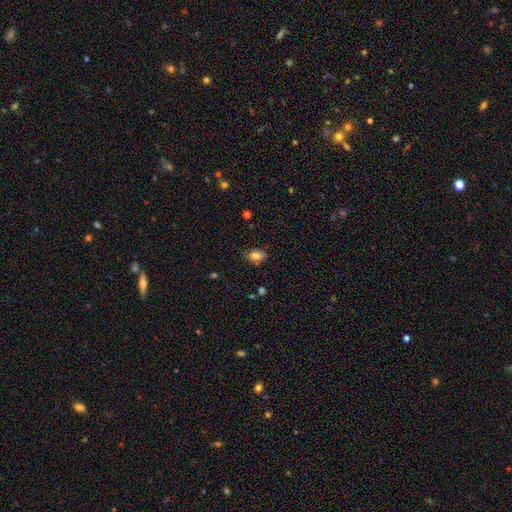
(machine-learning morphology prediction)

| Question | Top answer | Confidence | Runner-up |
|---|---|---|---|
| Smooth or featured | smooth | 82% | star or artifact (10%) |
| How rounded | in between | 84% | round (14%) |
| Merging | none | 80% | minor disturbance (15%) |